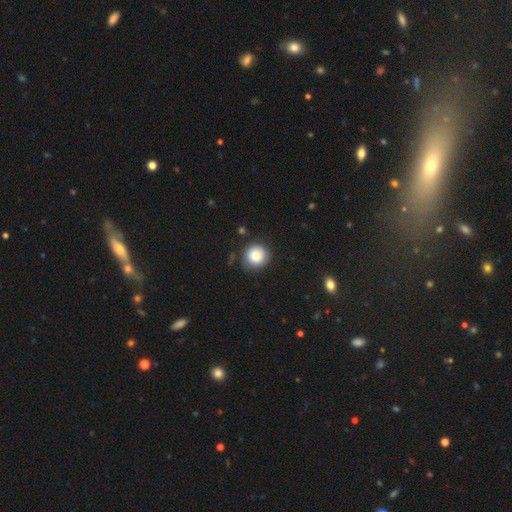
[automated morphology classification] This is clearly a smooth galaxy (85%). How rounded: clearly round (93%). Merging: likely none (79%).